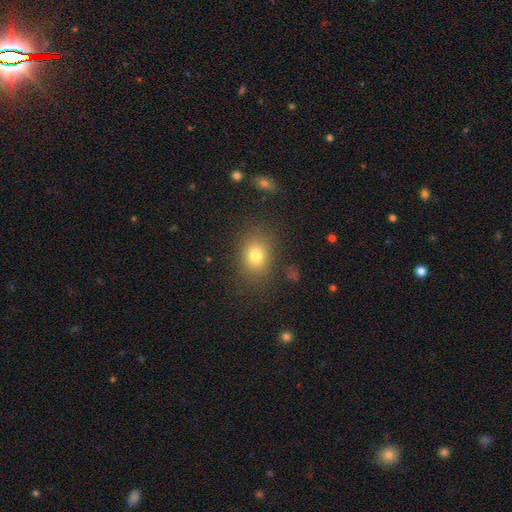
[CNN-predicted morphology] Smooth or featured? smooth (77%)
How rounded? in between (58%)
Merging? none (81%)